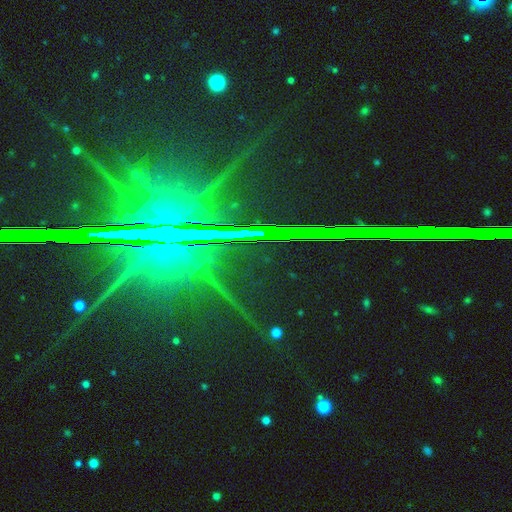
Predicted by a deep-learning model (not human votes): smooth_or_featured: star or artifact (p=0.79) [alt: featured or disk p=0.15]